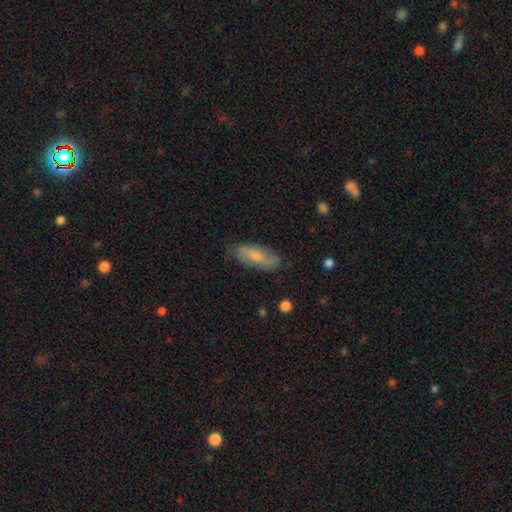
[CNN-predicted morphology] This is likely a smooth galaxy (64%). How rounded: likely in between (75%). Merging: likely none (78%).